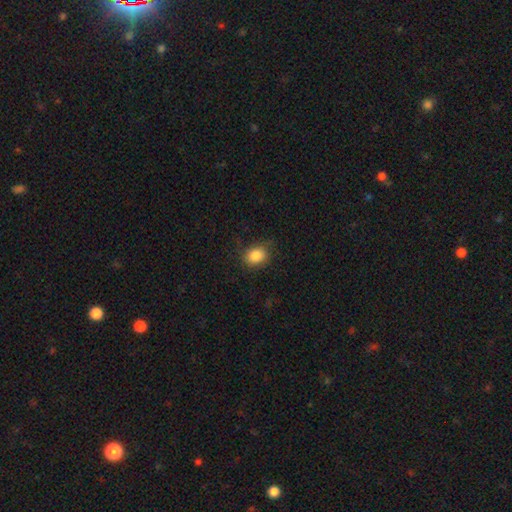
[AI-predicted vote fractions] This appears to be a smooth galaxy with no disk features (86%) that is round (54%). Merging: none (77%).